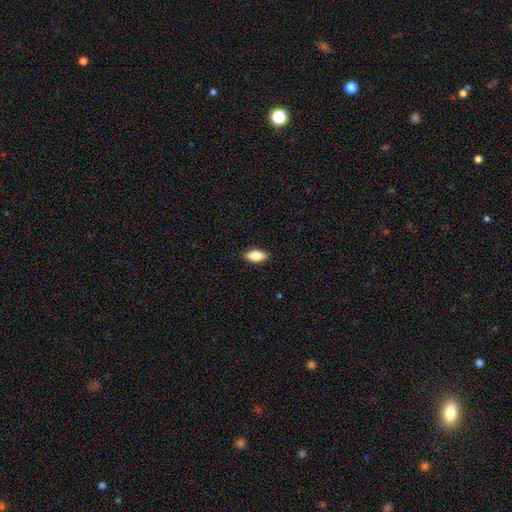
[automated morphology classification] Smooth or featured? smooth (80%)
How rounded? in between (87%)
Merging? none (89%)